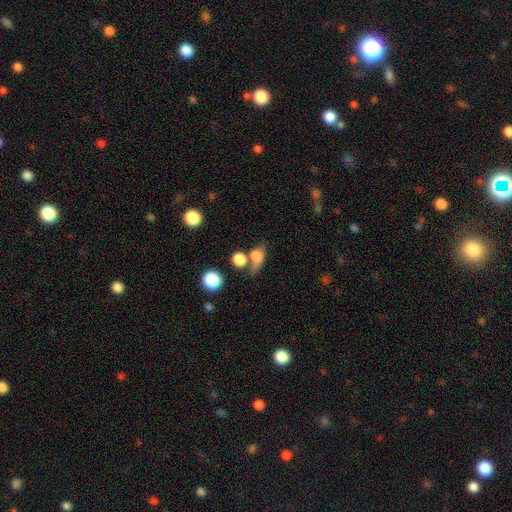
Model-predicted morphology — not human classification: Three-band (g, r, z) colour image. It shows a smooth galaxy with no disk features (71%) that is in between round and cigar-shaped (49%). Merging: none (43%).